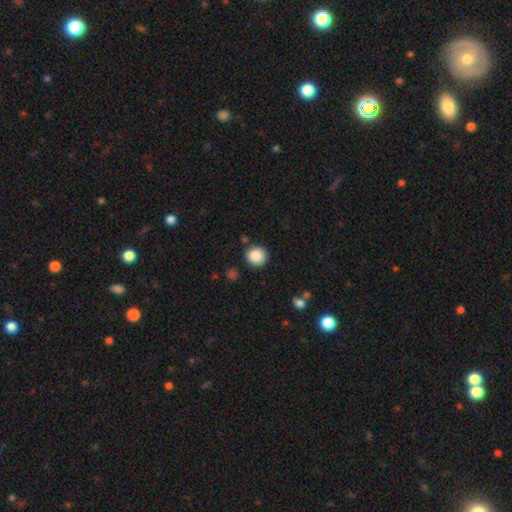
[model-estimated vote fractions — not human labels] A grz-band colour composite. It shows a smooth galaxy with no disk features (87%) that is round (90%). Merging: none (85%).